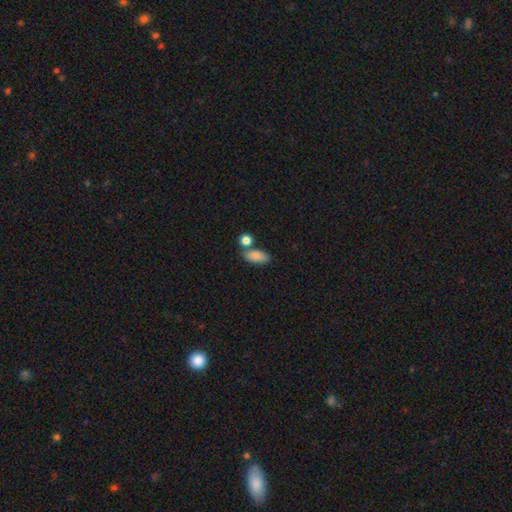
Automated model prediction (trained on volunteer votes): Q: Smooth or featured?
A: smooth (85%); runner-up: featured or disk (8%)
Q: How rounded?
A: in between (84%); runner-up: cigar-shaped (11%)
Q: Merging?
A: none (62%); runner-up: merger (21%)